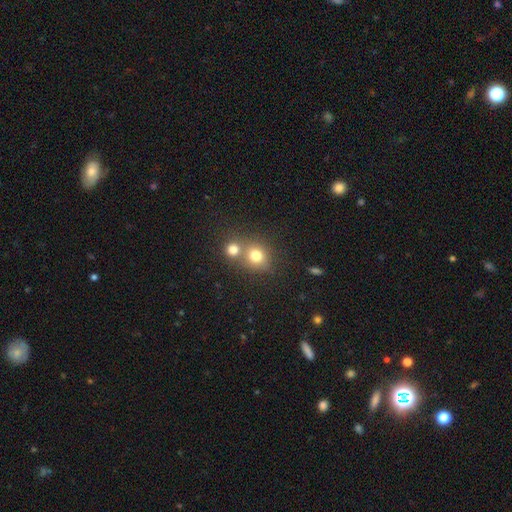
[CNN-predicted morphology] This appears to be a smooth galaxy with no disk features (76%) that is round (81%). Merging: none (46%).